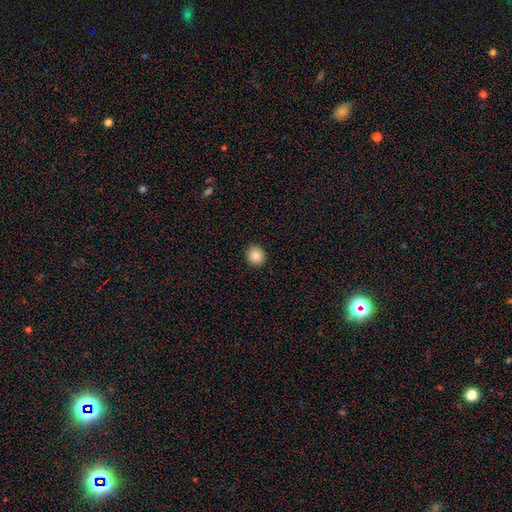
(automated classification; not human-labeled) The model was most divided on "smooth or featured": smooth: 87%, star or artifact: 9%, featured or disk: 3%. More confident: merging — none (92%); how rounded — round (90%).